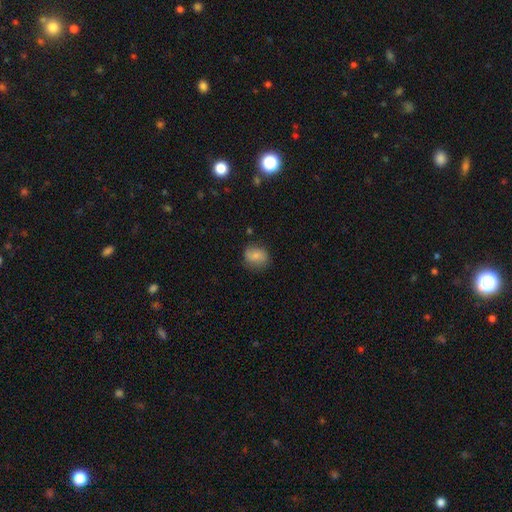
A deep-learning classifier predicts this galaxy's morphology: Smooth or featured? smooth (75%)
How rounded? round (62%)
Merging? none (75%)